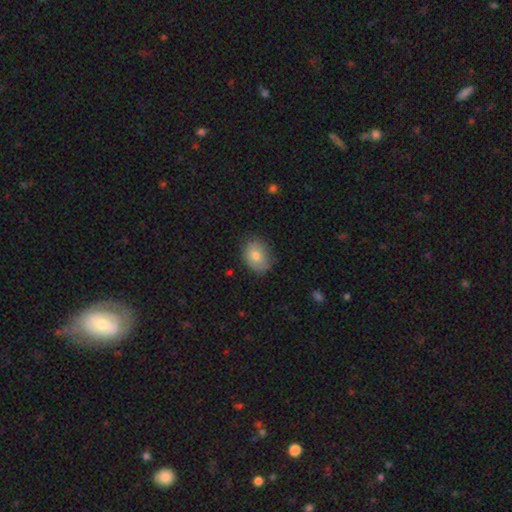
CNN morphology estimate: A smooth galaxy with no disk features (77%) that is in between round and cigar-shaped (61%). Merging: none (77%).